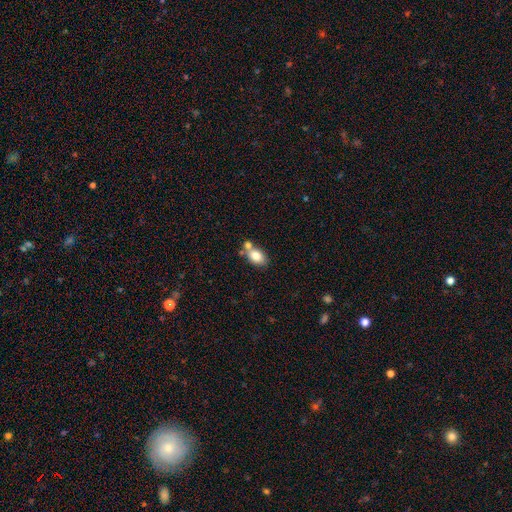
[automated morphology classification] A smooth galaxy with no disk features (79%) that is in between round and cigar-shaped (83%). Merging: none (47%).